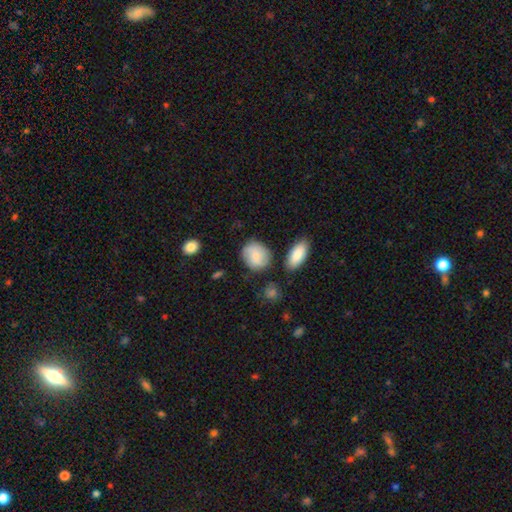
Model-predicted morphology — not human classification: Smooth or featured? Predicted: smooth (p=0.73). How rounded? Predicted: round (p=0.59). Merging? Predicted: none (p=0.73).